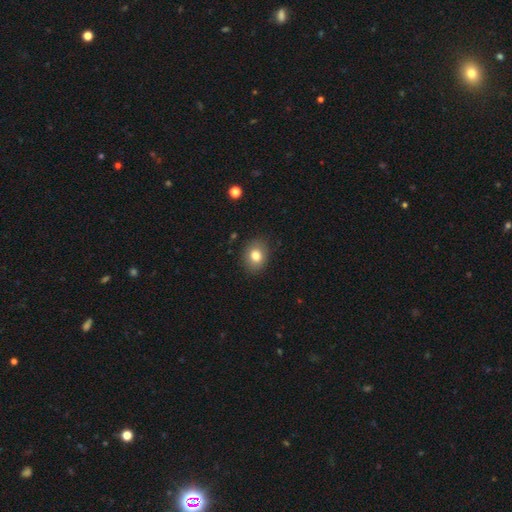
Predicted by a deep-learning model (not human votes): smooth-or-featured: smooth: 80% | star or artifact: 10% | featured or disk: 10%
  how-rounded: round: 54% | in between: 45% | cigar-shaped: 1%
  merging: none: 87% | minor disturbance: 10% | major disturbance: 3% | merger: 1%